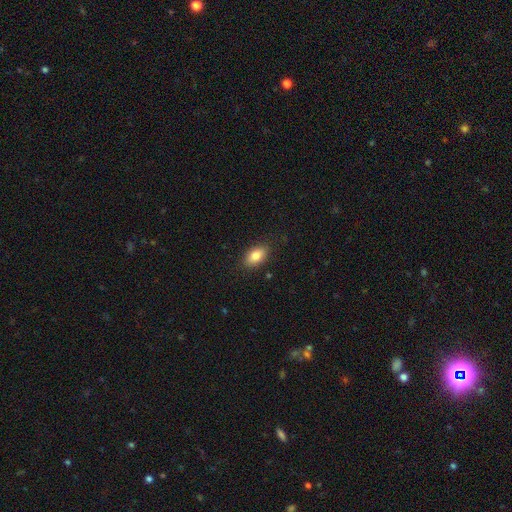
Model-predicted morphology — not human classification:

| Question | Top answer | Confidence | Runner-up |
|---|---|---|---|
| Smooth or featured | smooth | 83% | featured or disk (10%) |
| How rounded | in between | 90% | round (7%) |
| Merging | none | 86% | minor disturbance (10%) |